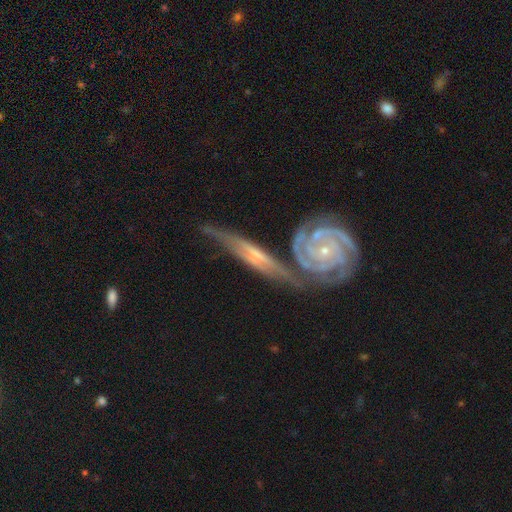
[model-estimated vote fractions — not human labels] featured or disk 85%, smooth 10%, star or artifact 5%. Down the decision tree: edge-on disk — no (64%); bar — no (43%); spiral arms — yes (92%); bulge size — small (69%); merging — none (47%).